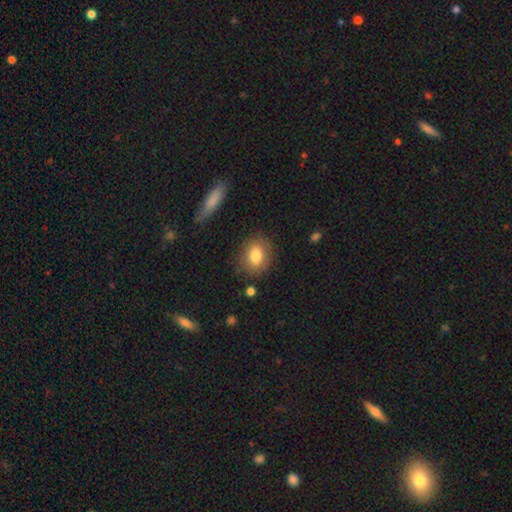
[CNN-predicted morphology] Smooth or featured? smooth (80%)
How rounded? in between (53%)
Merging? none (83%)